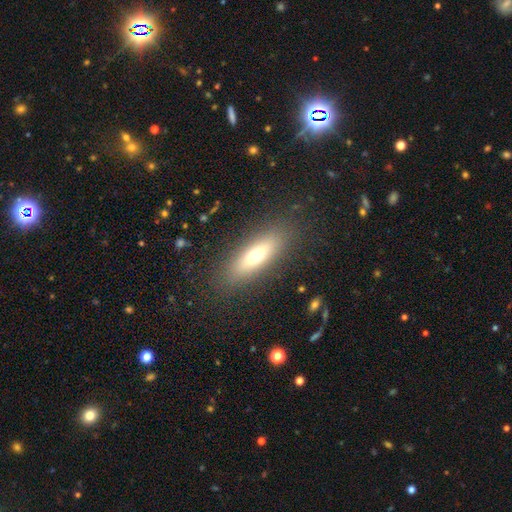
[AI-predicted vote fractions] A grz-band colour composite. It shows a smooth galaxy with no disk features (65%) that is in between round and cigar-shaped (52%). Merging: none (86%).